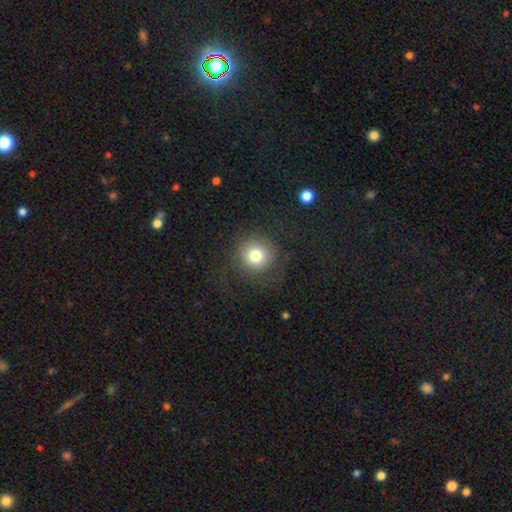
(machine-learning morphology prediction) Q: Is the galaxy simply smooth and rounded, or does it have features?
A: smooth — 74%.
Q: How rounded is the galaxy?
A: round — 93%.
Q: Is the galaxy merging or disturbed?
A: none — 81%.